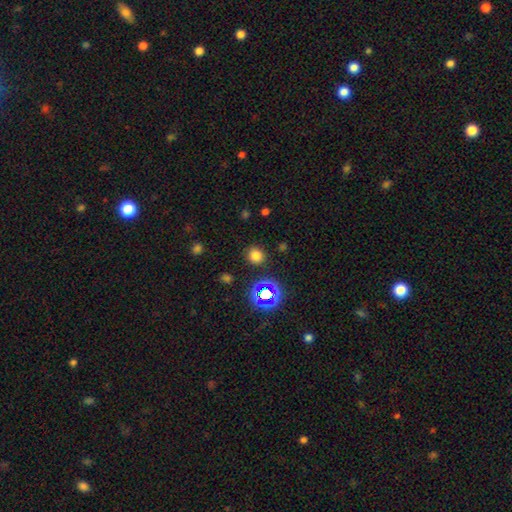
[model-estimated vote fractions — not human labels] smooth-or-featured: smooth: 73% | star or artifact: 22% | featured or disk: 5%
  how-rounded: round: 83% | in between: 16% | cigar-shaped: 1%
  merging: none: 87% | minor disturbance: 8% | major disturbance: 3% | merger: 2%